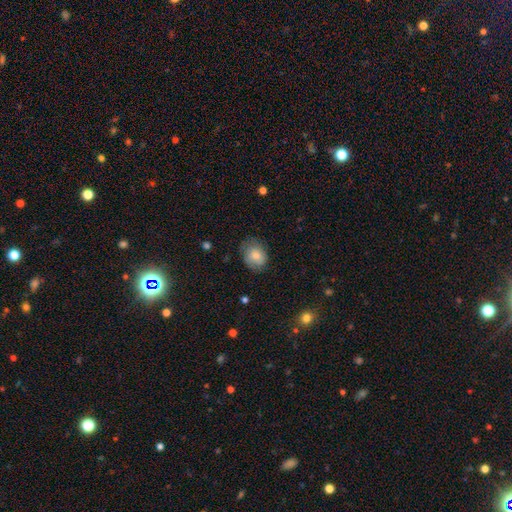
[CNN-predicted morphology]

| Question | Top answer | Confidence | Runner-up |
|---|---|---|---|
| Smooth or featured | smooth | 77% | featured or disk (15%) |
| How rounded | round | 50% | in between (49%) |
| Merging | none | 68% | minor disturbance (24%) |